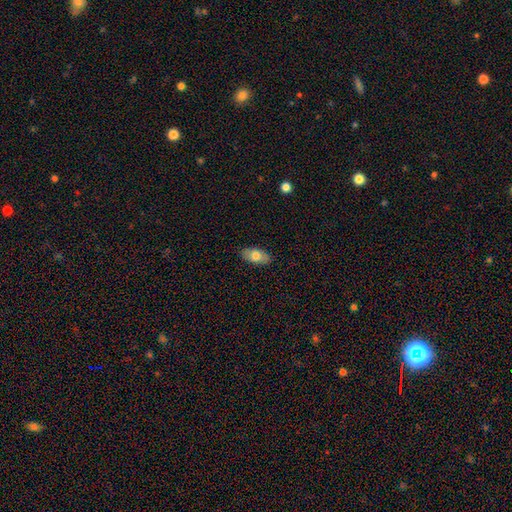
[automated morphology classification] Smooth or featured? Predicted: smooth (p=0.75). How rounded? Predicted: in between (p=0.91). Merging? Predicted: none (p=0.87).